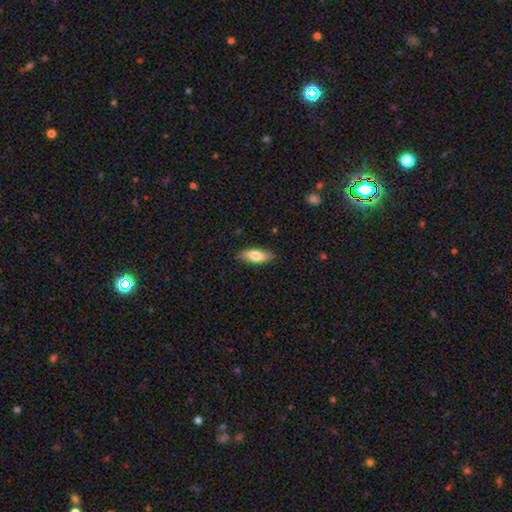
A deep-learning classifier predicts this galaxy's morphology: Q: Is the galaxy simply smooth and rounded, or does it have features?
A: smooth — 73%.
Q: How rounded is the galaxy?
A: in between — 76%.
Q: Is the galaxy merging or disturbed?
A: none — 84%.